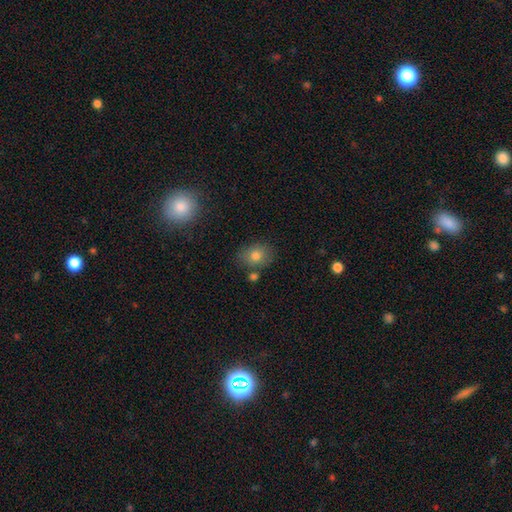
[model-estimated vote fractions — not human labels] This is likely a smooth galaxy (77%). How rounded: possibly in between (53%). Merging: likely none (74%).